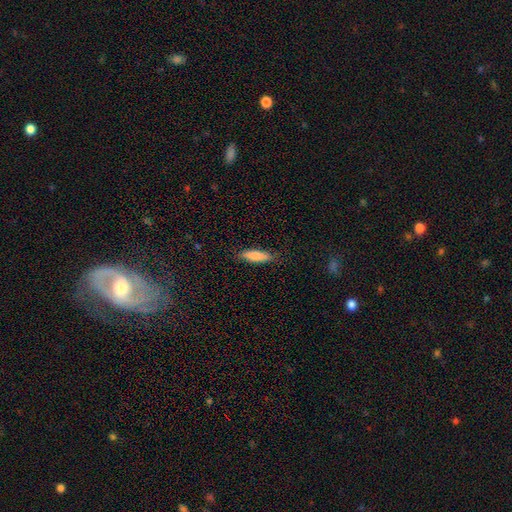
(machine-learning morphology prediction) The model was most divided on "how rounded": cigar-shaped: 57%, in between: 41%, round: 2%. More confident: smooth or featured — smooth (83%); merging — none (82%).